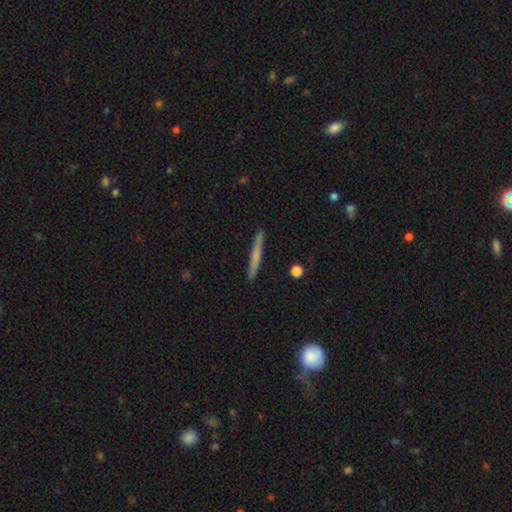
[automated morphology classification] Smooth or featured: smooth — 53% (featured or disk — 41%)
How rounded: cigar-shaped — 96% (in between — 2%)
Merging: none — 91% (minor disturbance — 7%)